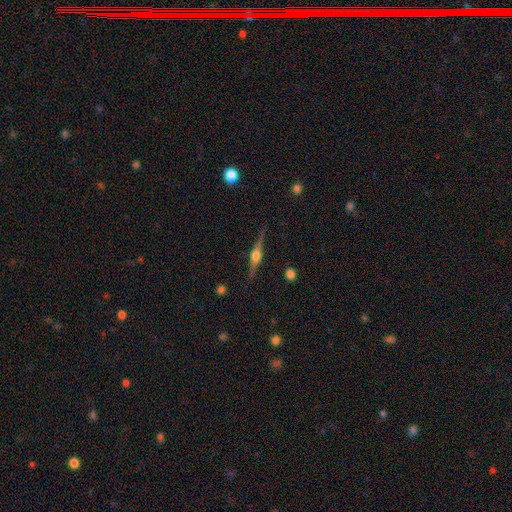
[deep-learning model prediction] smooth_or_featured: featured or disk (p=0.81) [alt: smooth p=0.13]
disk_edge_on: yes (p=0.98) [alt: no p=0.02]
edge_on_bulge: rounded (p=0.91) [alt: boxy p=0.07]
merging: none (p=0.88) [alt: minor disturbance p=0.09]